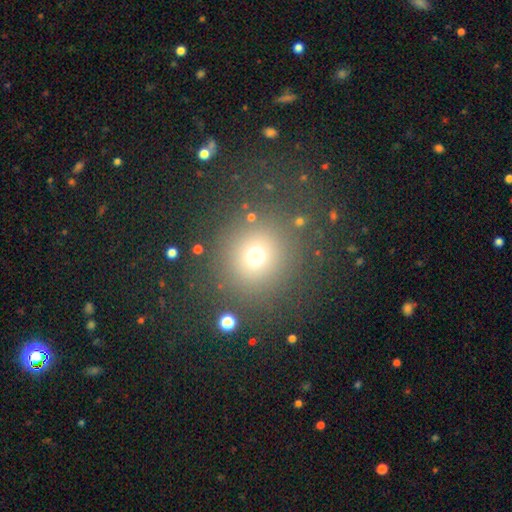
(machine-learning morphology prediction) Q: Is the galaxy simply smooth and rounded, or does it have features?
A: smooth — 68%.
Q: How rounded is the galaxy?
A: round — 93%.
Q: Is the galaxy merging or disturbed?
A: none — 83%.